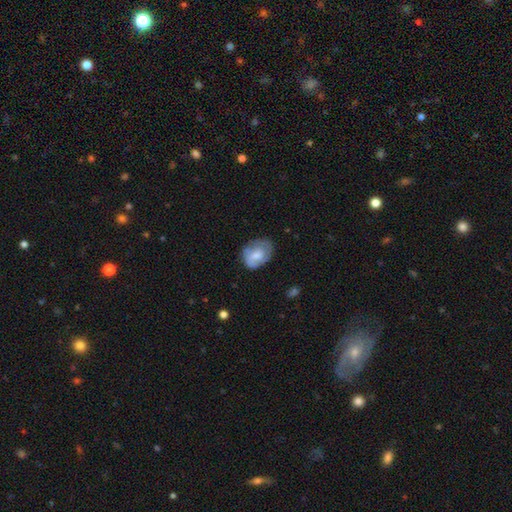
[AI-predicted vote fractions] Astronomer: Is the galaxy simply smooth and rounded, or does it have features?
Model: smooth — 55% (runner-up: featured or disk, 38%).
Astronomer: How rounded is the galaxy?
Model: in between — 66%.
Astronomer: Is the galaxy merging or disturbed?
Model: none — 57%.